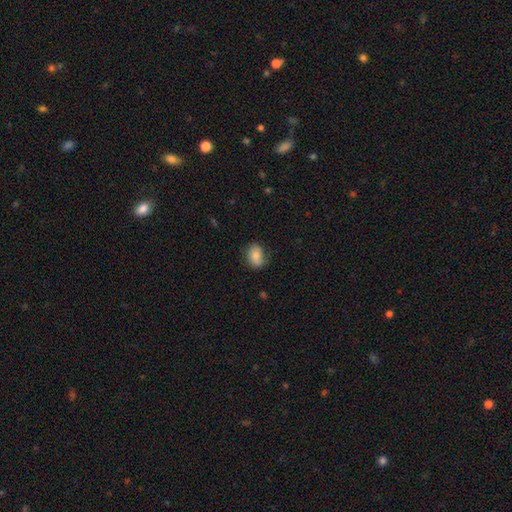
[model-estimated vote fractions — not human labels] smooth 72%, featured or disk 20%, star or artifact 8%. Down the decision tree: how rounded — in between (71%); merging — none (71%).